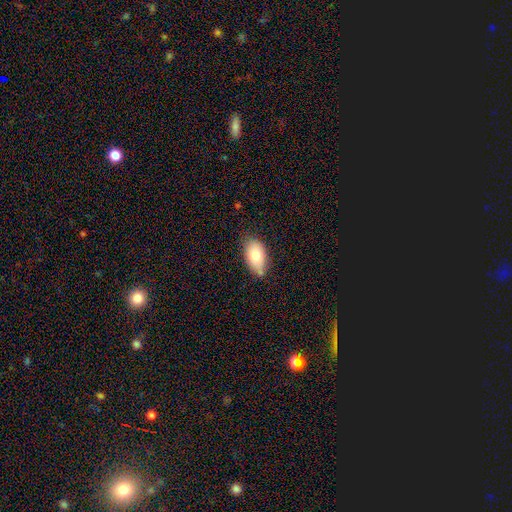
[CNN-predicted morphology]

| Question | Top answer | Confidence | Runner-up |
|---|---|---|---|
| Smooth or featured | smooth | 79% | featured or disk (14%) |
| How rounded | in between | 93% | round (4%) |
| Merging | none | 73% | minor disturbance (21%) |